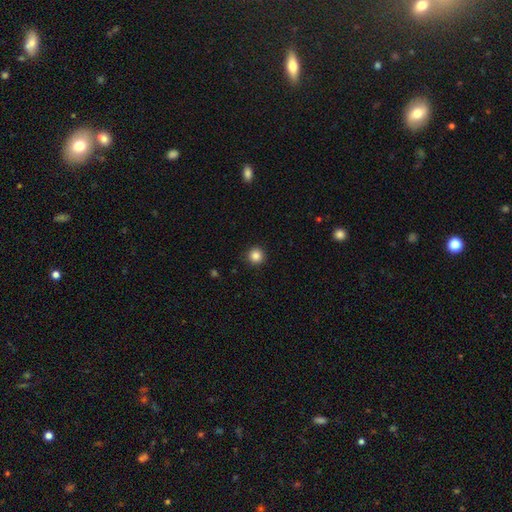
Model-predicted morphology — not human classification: Smooth or featured? Predicted: smooth (p=0.85). How rounded? Predicted: round (p=0.96). Merging? Predicted: none (p=0.92).